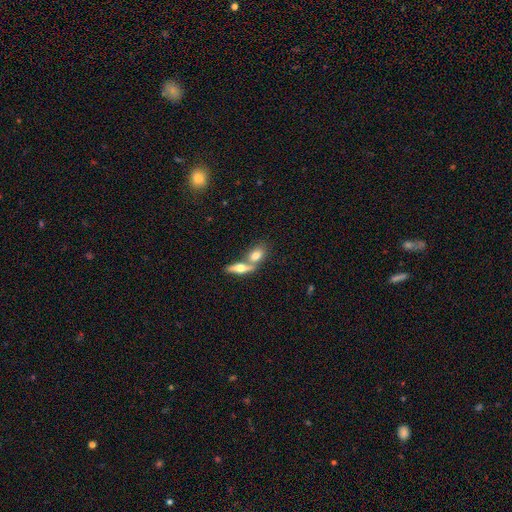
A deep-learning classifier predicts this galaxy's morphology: Smooth or featured?
  - smooth: 67% *
  - featured or disk: 27%
  - star or artifact: 7%
How rounded?
  - in between: 73% *
  - cigar-shaped: 14%
  - round: 13%
Merging?
  - merger: 49% *
  - none: 40%
  - minor disturbance: 8%
  - major disturbance: 3%